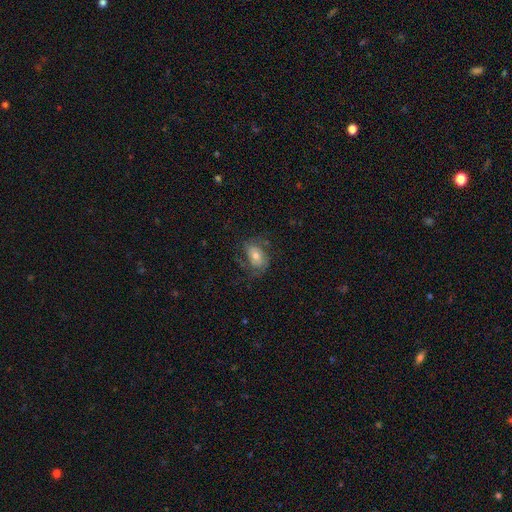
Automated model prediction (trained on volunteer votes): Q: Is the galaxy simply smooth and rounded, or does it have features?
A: featured or disk — 51%.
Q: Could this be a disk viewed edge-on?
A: no — 95%.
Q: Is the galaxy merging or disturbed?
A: none — 58%.